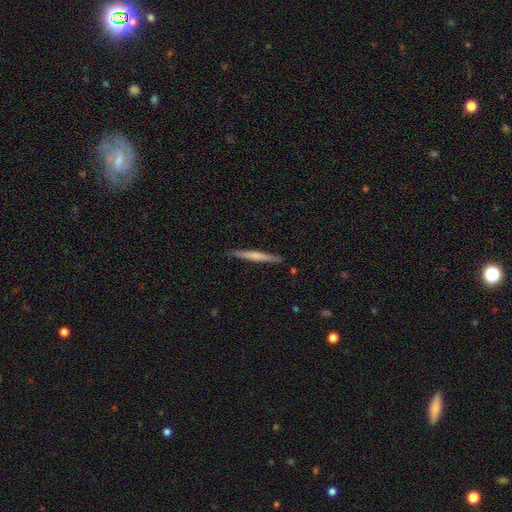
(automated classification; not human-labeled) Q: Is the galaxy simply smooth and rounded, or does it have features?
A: smooth — 49%.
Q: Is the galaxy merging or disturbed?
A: none — 89%.